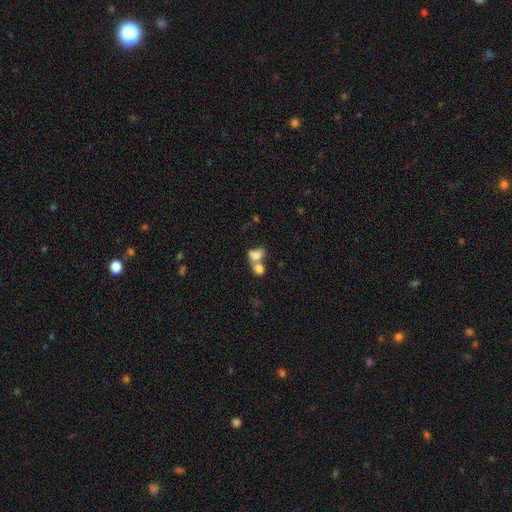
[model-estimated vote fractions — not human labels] Morphology: type=smooth (76%); roundness=in between (66%); merging=merger (68%).